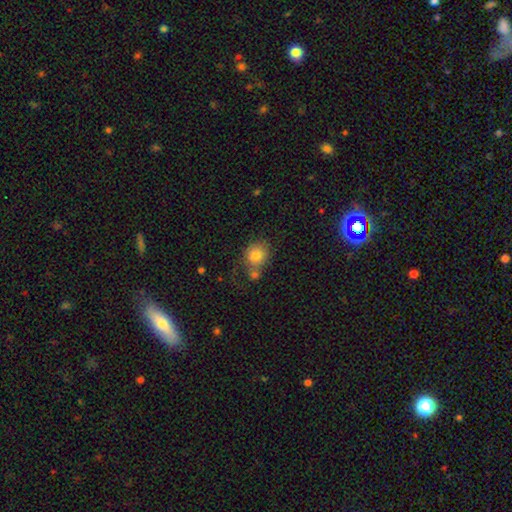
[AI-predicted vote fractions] Smooth or featured? Predicted: smooth (p=0.80). How rounded? Predicted: round (p=0.73). Merging? Predicted: none (p=0.48).